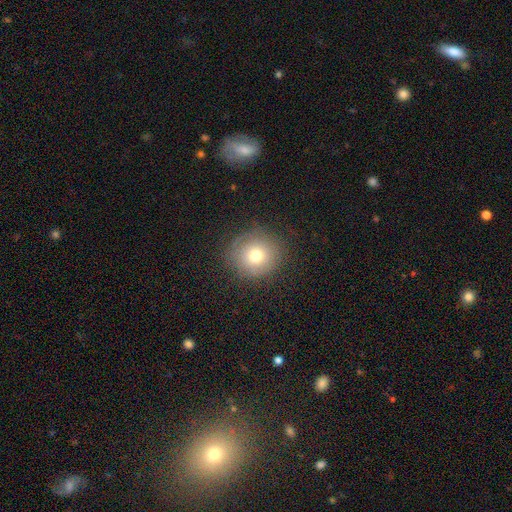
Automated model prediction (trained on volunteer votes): A smooth galaxy with no disk features (70%) that is round (88%). Merging: none (82%).